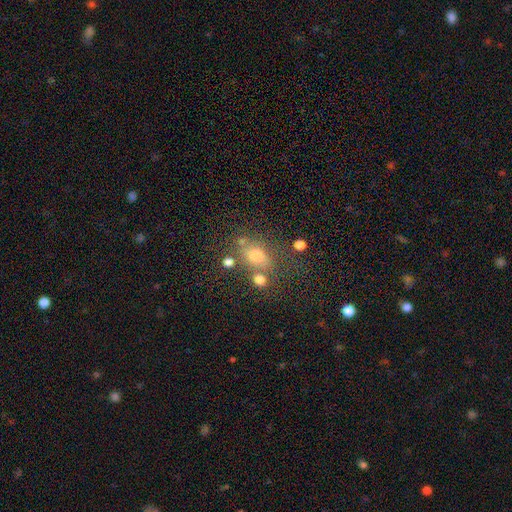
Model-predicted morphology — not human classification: This appears to be a smooth galaxy with no disk features (61%) that is in between round and cigar-shaped (68%). Merging: none (49%).